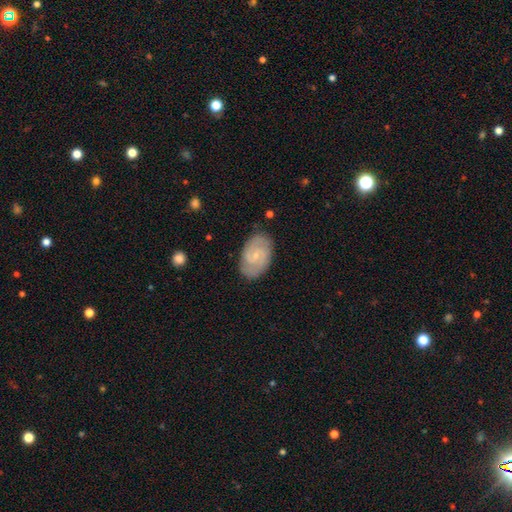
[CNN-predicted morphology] featured or disk 77%, smooth 18%, star or artifact 5%. Down the decision tree: edge-on disk — no (97%); bar — no (46%, tied with weak); spiral arms — yes (94%); spiral arm count — 2 (83%); spiral winding — medium (44%, tied with tight); bulge size — small (75%); merging — none (84%).